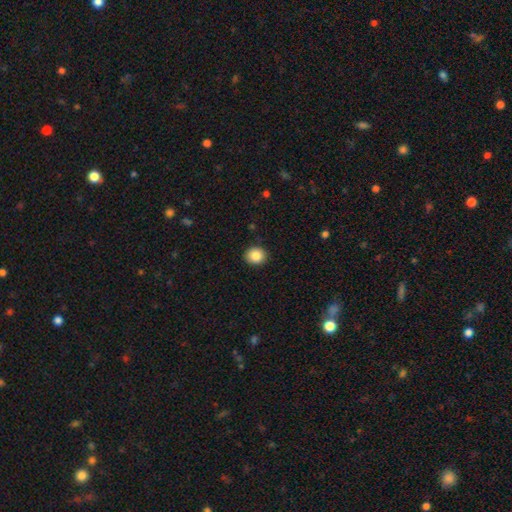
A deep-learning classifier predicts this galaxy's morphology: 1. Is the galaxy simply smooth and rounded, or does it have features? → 86% smooth, 9% star or artifact, 5% featured or disk.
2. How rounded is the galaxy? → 77% round, 22% in between, 1% cigar-shaped.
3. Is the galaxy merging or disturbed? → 90% none, 7% minor disturbance, 2% major disturbance, 1% merger.